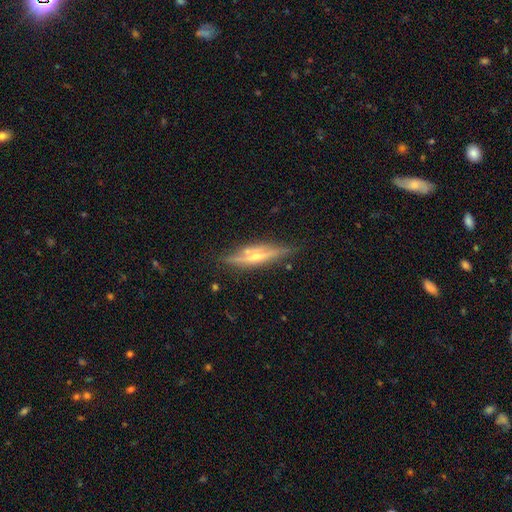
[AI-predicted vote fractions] Q: Smooth or featured?
A: featured or disk (74%); runner-up: smooth (19%)
Q: Edge-on disk?
A: yes (94%); runner-up: no (6%)
Q: Edge-on bulge?
A: rounded (85%); runner-up: none (9%)
Q: Merging?
A: none (81%); runner-up: minor disturbance (13%)